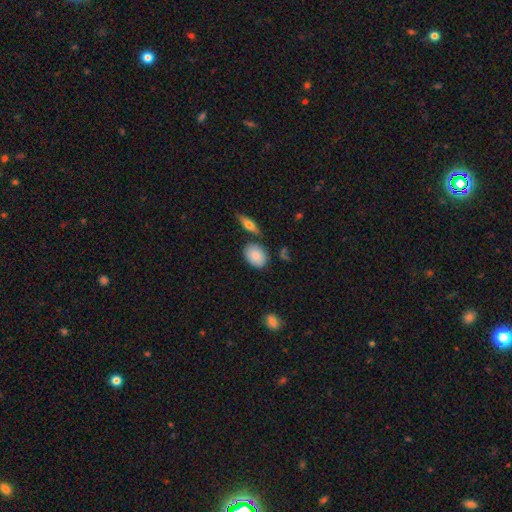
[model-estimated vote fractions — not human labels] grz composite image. It shows a smooth galaxy with no disk features (83%) that is in between round and cigar-shaped (74%). Merging: none (75%).